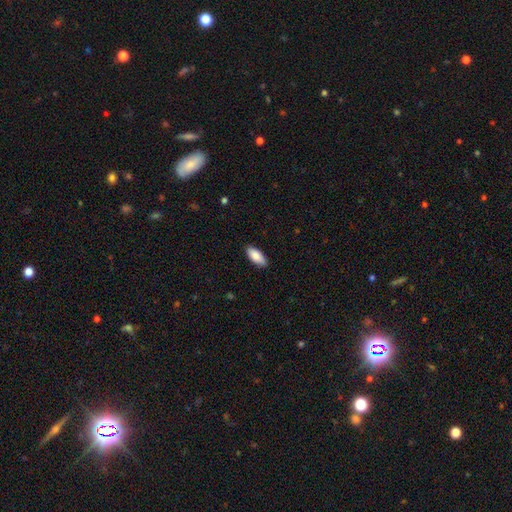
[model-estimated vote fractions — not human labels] This is clearly a smooth galaxy (87%). How rounded: clearly in between (86%). Merging: clearly none (88%).